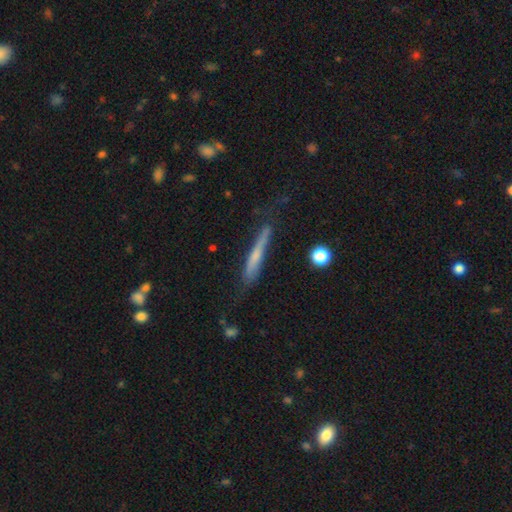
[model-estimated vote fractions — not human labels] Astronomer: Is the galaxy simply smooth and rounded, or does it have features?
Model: smooth — 48% (runner-up: featured or disk, 45%).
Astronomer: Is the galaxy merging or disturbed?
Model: none — 66%.